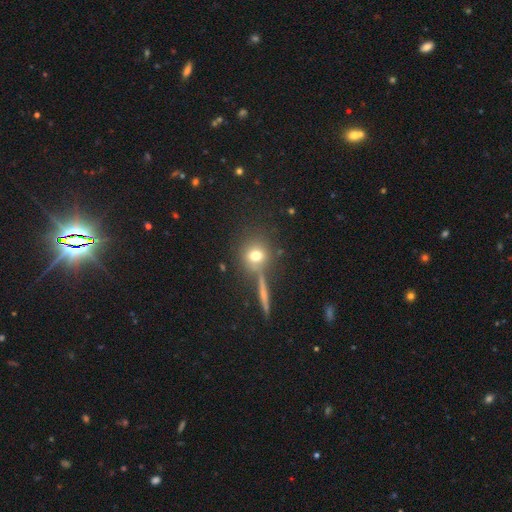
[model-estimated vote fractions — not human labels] A smooth galaxy with no disk features (70%) that is round (84%).

Vote fractions:
- Smooth or featured? smooth: 70% / star or artifact: 15% / featured or disk: 15%
- How rounded? round: 84% / in between: 13% / cigar-shaped: 3%
- Merging? none: 71% / merger: 12% / minor disturbance: 11% / major disturbance: 5%